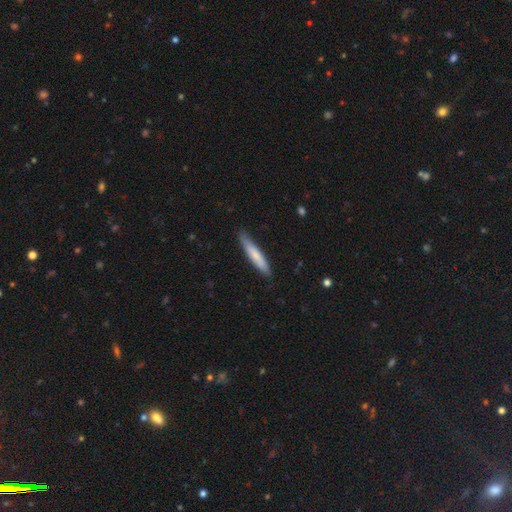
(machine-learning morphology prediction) The model was most divided on "smooth or featured": smooth: 73%, featured or disk: 22%, star or artifact: 5%. More confident: how rounded — cigar-shaped (91%); merging — none (83%).